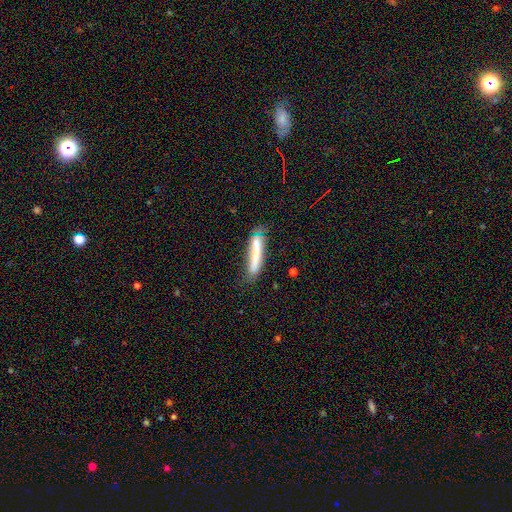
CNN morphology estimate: smooth 66%, featured or disk 26%, star or artifact 7%. Down the decision tree: how rounded — cigar-shaped (89%); merging — none (56%).